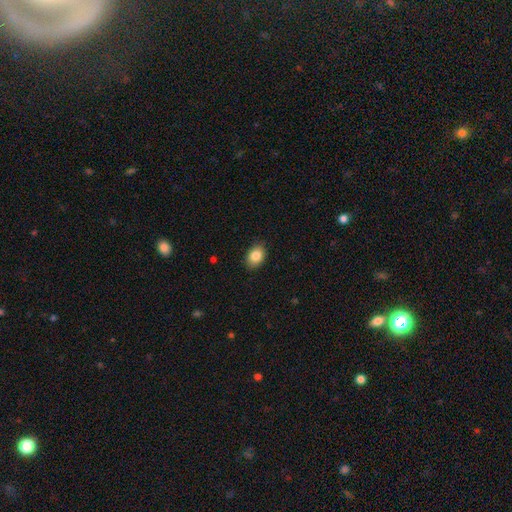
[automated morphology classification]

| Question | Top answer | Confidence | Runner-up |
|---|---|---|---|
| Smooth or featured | smooth | 84% | star or artifact (8%) |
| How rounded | in between | 74% | round (25%) |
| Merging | none | 87% | minor disturbance (10%) |